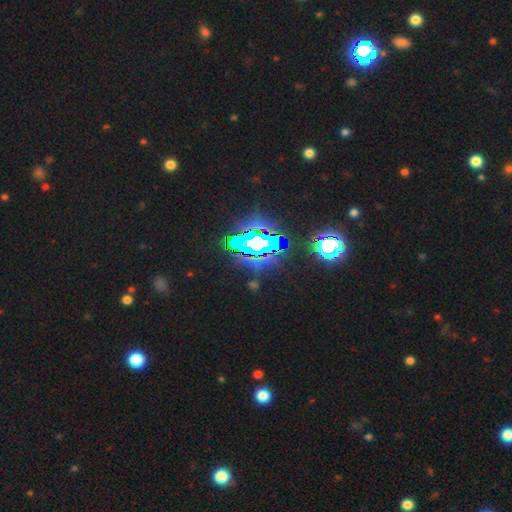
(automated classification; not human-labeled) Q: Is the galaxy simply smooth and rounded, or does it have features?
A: star or artifact — 81%.